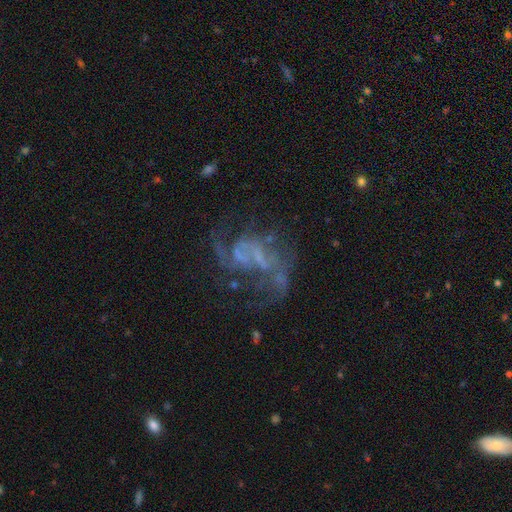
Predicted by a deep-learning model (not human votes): A featured or disk galaxy (71%) with no bar (62%), spiral arms (68%) and no central bulge (69%). Merging: none (40%).